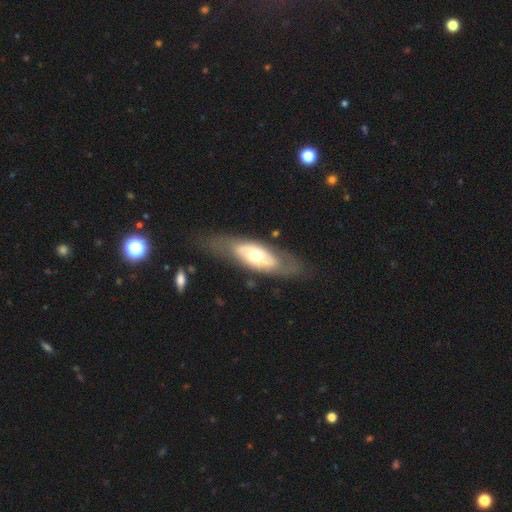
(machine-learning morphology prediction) This is likely a featured or disk galaxy (62%). It is clearly not viewed edge-on (82%). Bar: likely no (78%). Spiral arm pattern: likely no (68%). Central bulge: likely moderate (67%). Merging: likely none (68%).